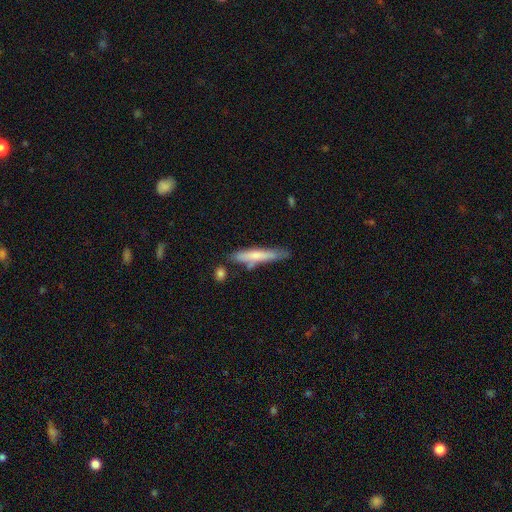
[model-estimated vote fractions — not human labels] Smooth or featured?
  - smooth: 64% *
  - featured or disk: 31%
  - star or artifact: 6%
How rounded?
  - cigar-shaped: 90% *
  - in between: 9%
  - round: 1%
Merging?
  - none: 64% *
  - minor disturbance: 23%
  - merger: 8%
  - major disturbance: 5%